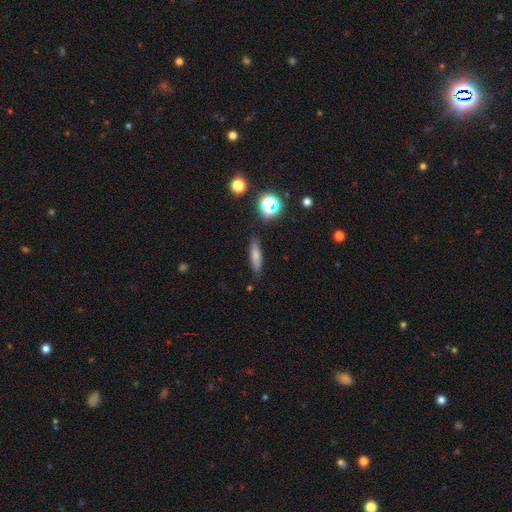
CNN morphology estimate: Smooth or featured? smooth (74%)
How rounded? cigar-shaped (68%)
Merging? none (83%)